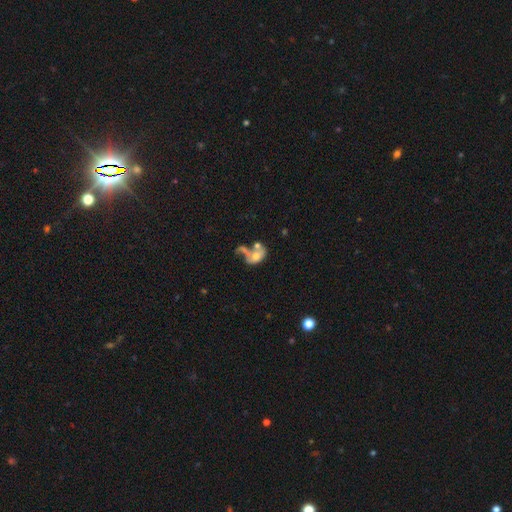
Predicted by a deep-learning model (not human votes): smooth 45% (tied), featured or disk 45% (tied), star or artifact 11%. Down the decision tree: merging — merger (47%).